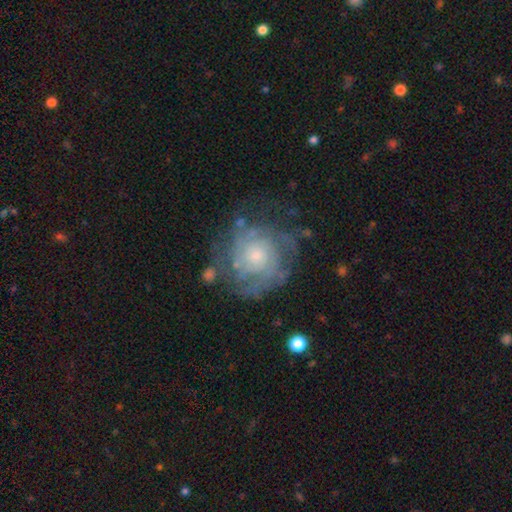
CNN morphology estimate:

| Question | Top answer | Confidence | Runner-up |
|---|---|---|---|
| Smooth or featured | featured or disk | 72% | smooth (20%) |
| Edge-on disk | no | 97% | yes (3%) |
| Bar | no | 82% | weak (16%) |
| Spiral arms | yes | 81% | no (19%) |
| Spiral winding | tight | 65% | medium (26%) |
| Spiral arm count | can't tell | 54% | 2 (13%) |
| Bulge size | small | 54% | moderate (38%) |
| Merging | none | 65% | minor disturbance (19%) |